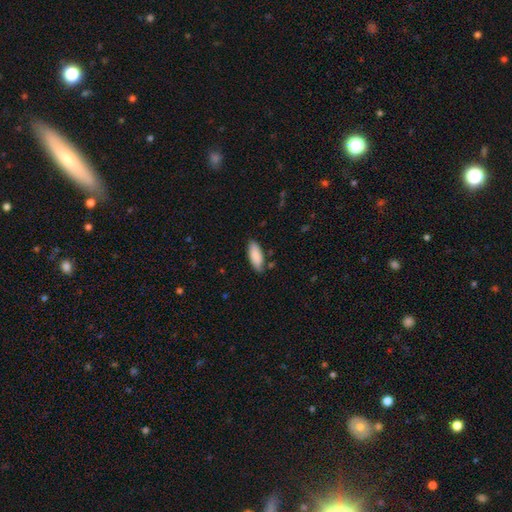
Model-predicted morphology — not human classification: Smooth or featured?
  - smooth: 87% *
  - featured or disk: 7%
  - star or artifact: 6%
How rounded?
  - in between: 75% *
  - cigar-shaped: 23%
  - round: 2%
Merging?
  - none: 79% *
  - minor disturbance: 16%
  - major disturbance: 3%
  - merger: 2%